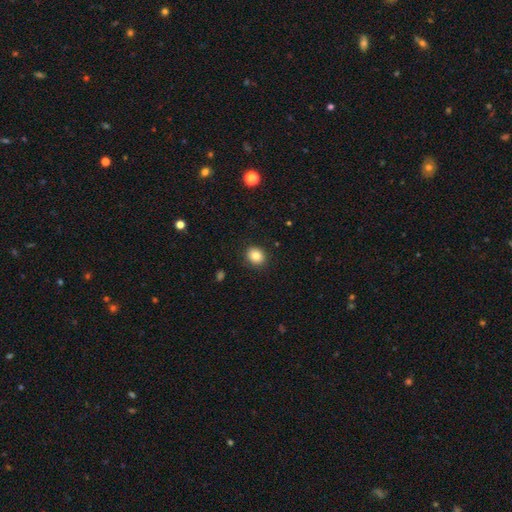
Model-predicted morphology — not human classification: Smooth or featured?
  - smooth: 83% *
  - star or artifact: 10%
  - featured or disk: 7%
How rounded?
  - round: 63% *
  - in between: 36%
  - cigar-shaped: 1%
Merging?
  - none: 89% *
  - minor disturbance: 8%
  - major disturbance: 2%
  - merger: 1%